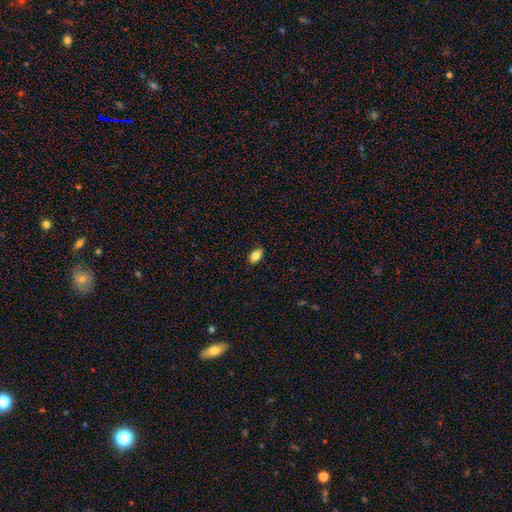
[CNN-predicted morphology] The model was most divided on "merging": none: 86%, minor disturbance: 11%, major disturbance: 2%, merger: 1%. More confident: how rounded — in between (90%); smooth or featured — smooth (84%).